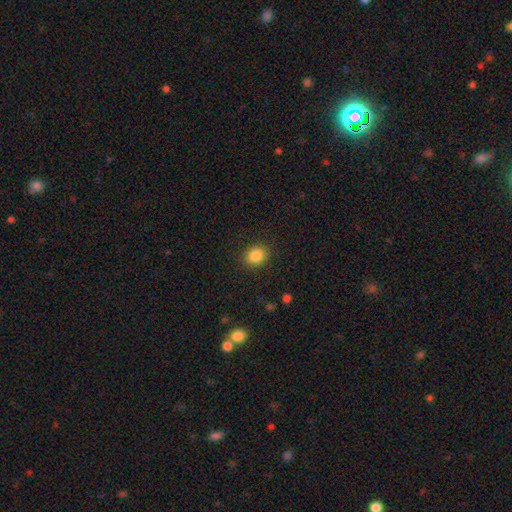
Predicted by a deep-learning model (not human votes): Smooth or featured? smooth (86%)
How rounded? round (69%)
Merging? none (88%)